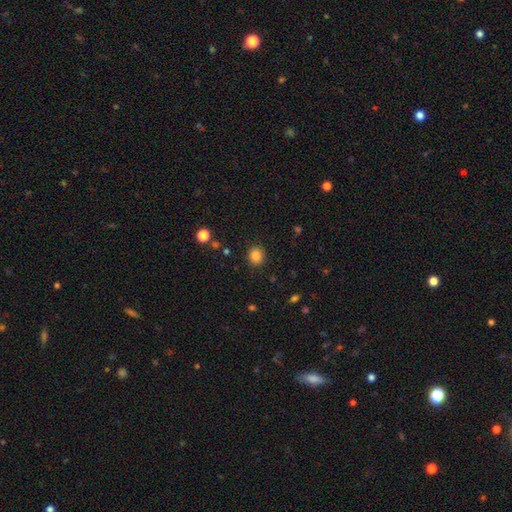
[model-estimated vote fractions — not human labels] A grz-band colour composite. It shows a smooth galaxy with no disk features (84%) that is round (81%). Merging: none (90%).